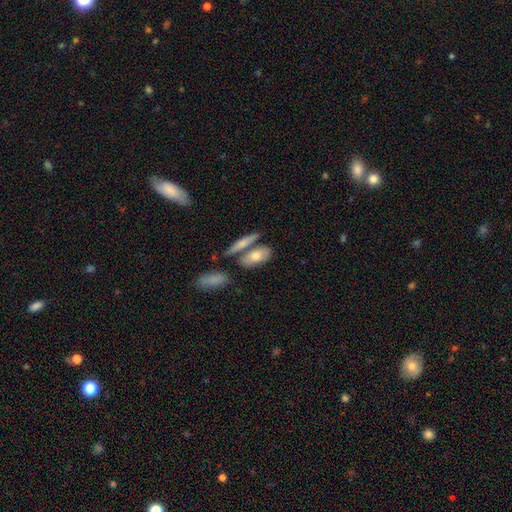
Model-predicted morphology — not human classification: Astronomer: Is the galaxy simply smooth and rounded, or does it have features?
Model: smooth — 70%.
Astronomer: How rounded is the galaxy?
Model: in between — 79%.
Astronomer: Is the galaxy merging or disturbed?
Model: none — 55%.